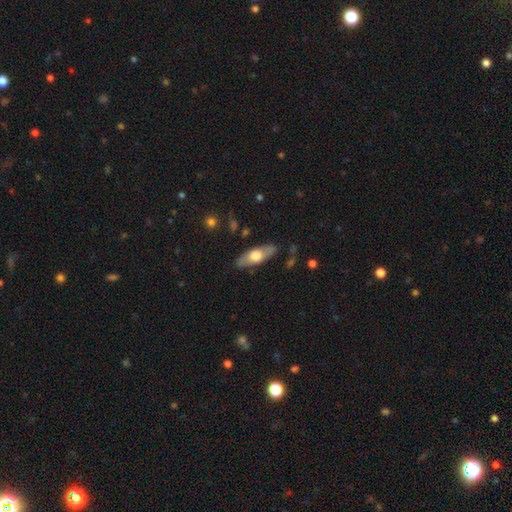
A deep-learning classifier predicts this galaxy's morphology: This appears to be a smooth galaxy with no disk features (54%) that is in between round and cigar-shaped (69%). Merging: none (84%).